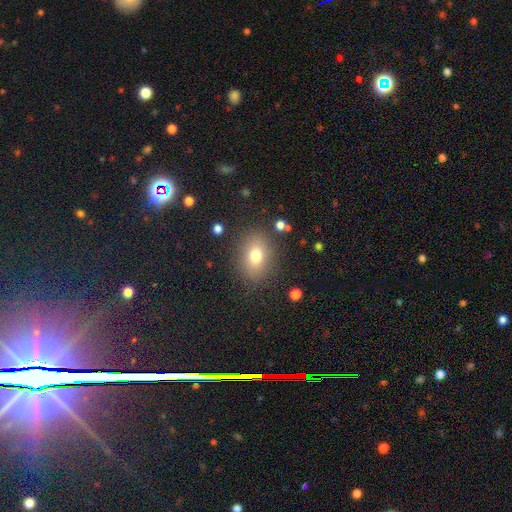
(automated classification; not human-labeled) Morphology: type=smooth (75%); roundness=in between (61%); merging=none (83%).